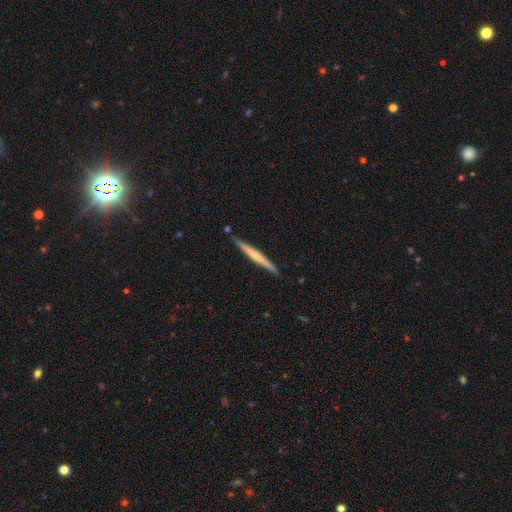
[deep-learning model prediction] The model was most divided on "edge-on bulge": rounded: 56%, none: 38%, boxy: 6%. More confident: edge-on disk — yes (97%); merging — none (88%); smooth or featured — featured or disk (58%).